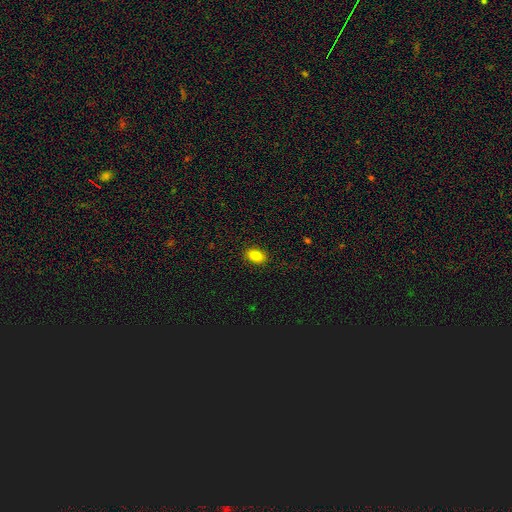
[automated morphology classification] The model was most divided on "how rounded": in between: 85%, round: 13%, cigar-shaped: 2%. More confident: merging — none (89%); smooth or featured — smooth (84%).